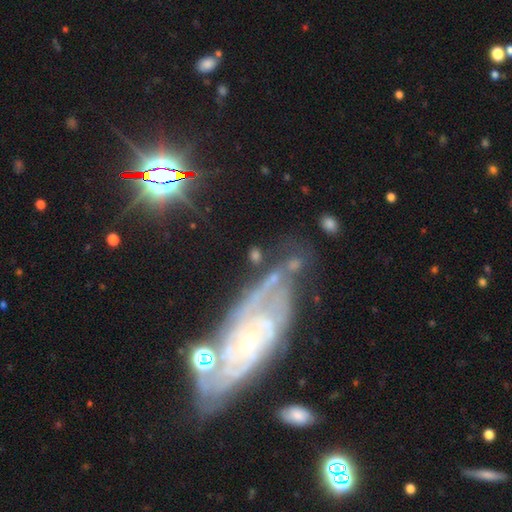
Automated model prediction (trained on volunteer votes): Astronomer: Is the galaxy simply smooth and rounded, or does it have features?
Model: smooth — 45% (runner-up: featured or disk, 37%).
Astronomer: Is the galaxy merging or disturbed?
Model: none — 60%.